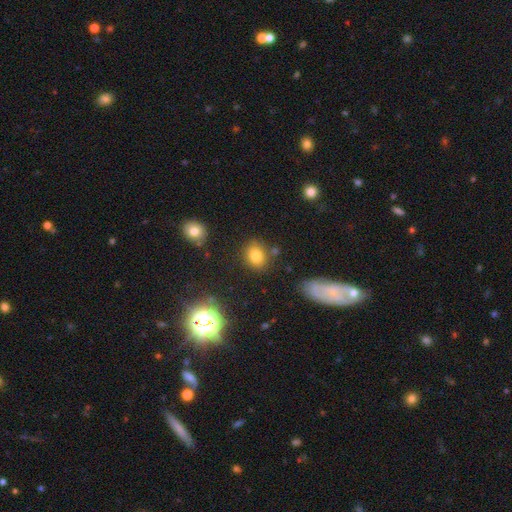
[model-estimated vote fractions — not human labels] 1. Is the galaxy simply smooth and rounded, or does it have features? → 79% smooth, 13% star or artifact, 7% featured or disk.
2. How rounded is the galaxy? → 51% round, 47% in between, 1% cigar-shaped.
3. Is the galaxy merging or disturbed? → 78% none, 13% minor disturbance, 5% merger, 4% major disturbance.